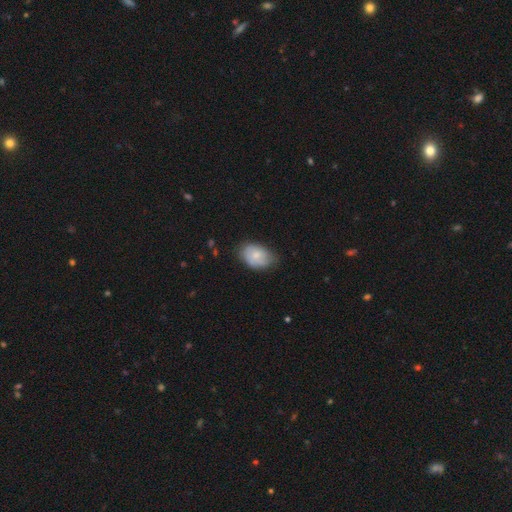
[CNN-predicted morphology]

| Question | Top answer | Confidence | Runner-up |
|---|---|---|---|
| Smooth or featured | smooth | 70% | featured or disk (23%) |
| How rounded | in between | 83% | round (16%) |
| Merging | none | 59% | minor disturbance (32%) |